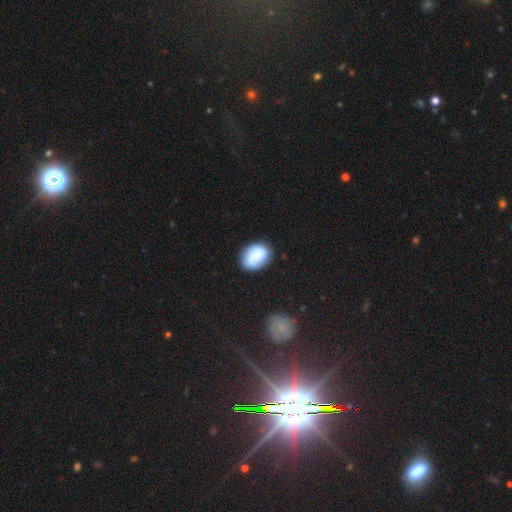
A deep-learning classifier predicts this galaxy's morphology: Overall: smooth (60%; featured or disk 32%). How rounded: in between (62%; round 37%). Merging: none (75%).